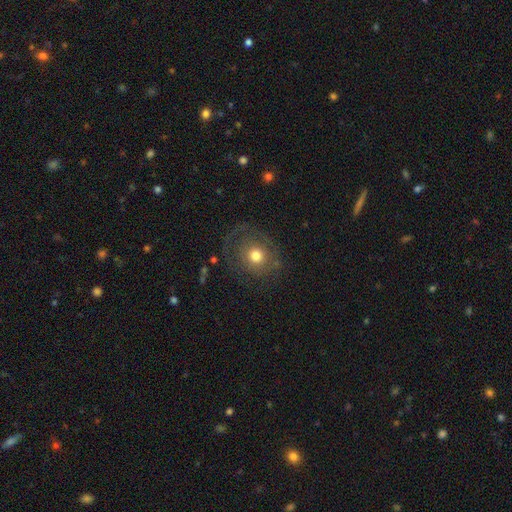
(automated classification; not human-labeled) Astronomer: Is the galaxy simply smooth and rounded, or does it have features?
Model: smooth — 58%.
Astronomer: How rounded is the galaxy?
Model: round — 76%.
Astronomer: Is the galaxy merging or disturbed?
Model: none — 64%.